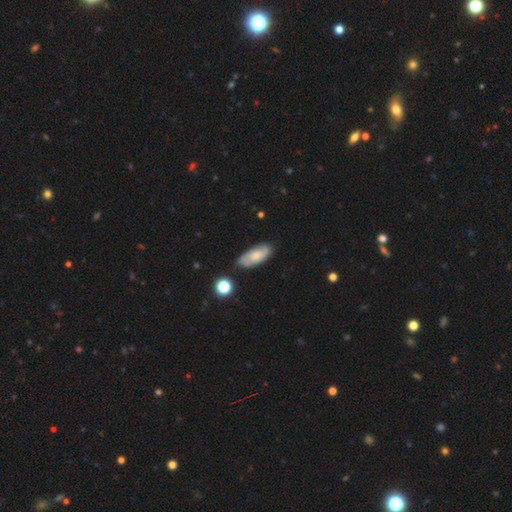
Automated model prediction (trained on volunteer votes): A smooth galaxy with no disk features (54%) that is in between round and cigar-shaped (83%). Merging: none (76%).